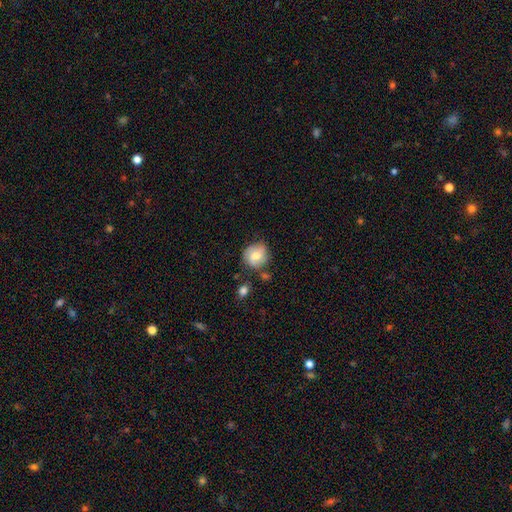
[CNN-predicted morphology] The model was most divided on "smooth or featured": smooth: 56%, featured or disk: 36%, star or artifact: 8%. More confident: how rounded — round (81%); merging — none (66%).